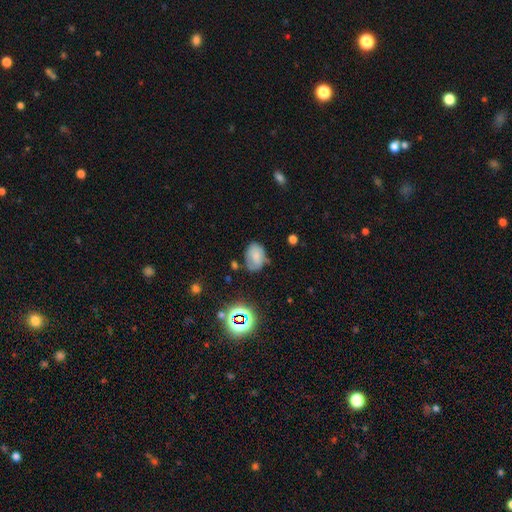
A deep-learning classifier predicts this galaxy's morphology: A smooth galaxy with no disk features (66%) that is in between round and cigar-shaped (75%).

Vote fractions:
- Smooth or featured? smooth: 66% / featured or disk: 20% / star or artifact: 14%
- How rounded? in between: 75% / round: 24% / cigar-shaped: 1%
- Merging? none: 57% / minor disturbance: 30% / major disturbance: 9% / merger: 4%